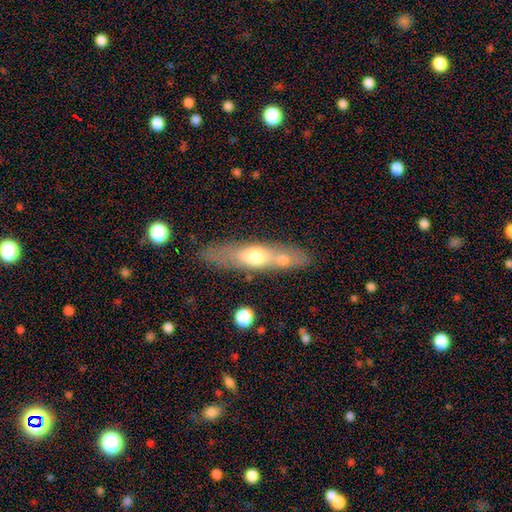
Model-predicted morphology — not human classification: Q: Smooth or featured?
A: featured or disk (47%); runner-up: smooth (46%)
Q: Merging?
A: none (62%); runner-up: merger (18%)